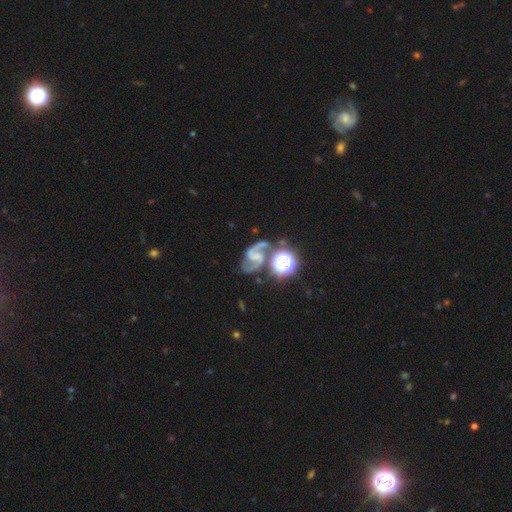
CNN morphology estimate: The model was most divided on "bulge size": none: 39%, small: 34%, moderate: 19%, large: 5%, dominant: 2%. Remaining: edge-on disk — no (98%); spiral arms — yes (97%); spiral arm count — 2 (93%); smooth or featured — featured or disk (84%); merging — none (61%); spiral winding — medium (52%); bar — weak (44%).